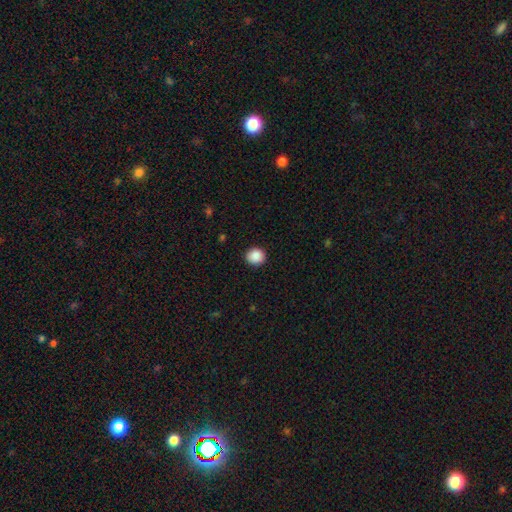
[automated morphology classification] This is clearly a smooth galaxy (88%). How rounded: clearly round (88%). Merging: clearly none (90%).